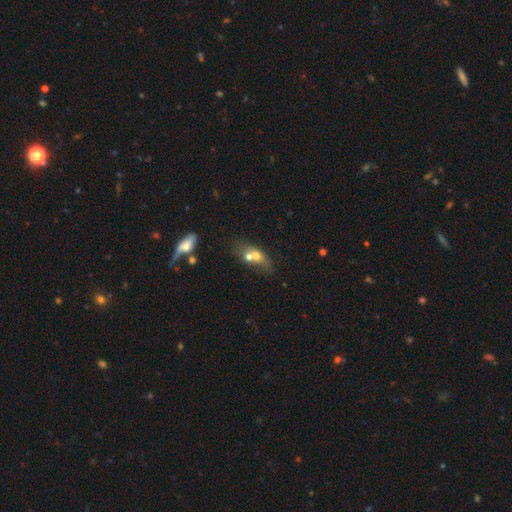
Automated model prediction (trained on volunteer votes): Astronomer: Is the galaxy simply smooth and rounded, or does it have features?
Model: smooth — 58%.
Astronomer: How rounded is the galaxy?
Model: in between — 63%.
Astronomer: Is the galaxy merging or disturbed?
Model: merger — 57%.